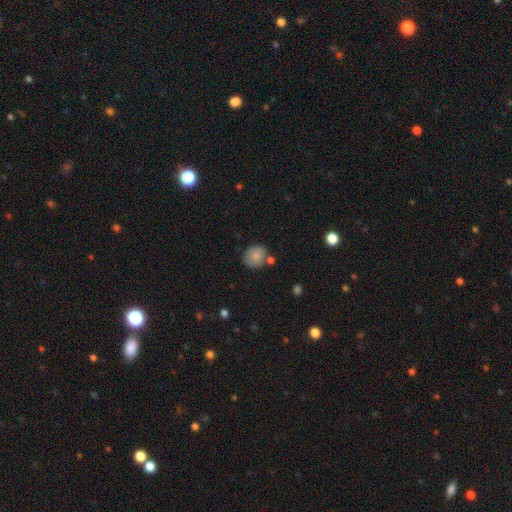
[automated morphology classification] The model was most divided on "how rounded": round: 75%, in between: 24%, cigar-shaped: 1%. More confident: smooth or featured — smooth (81%); merging — none (72%).